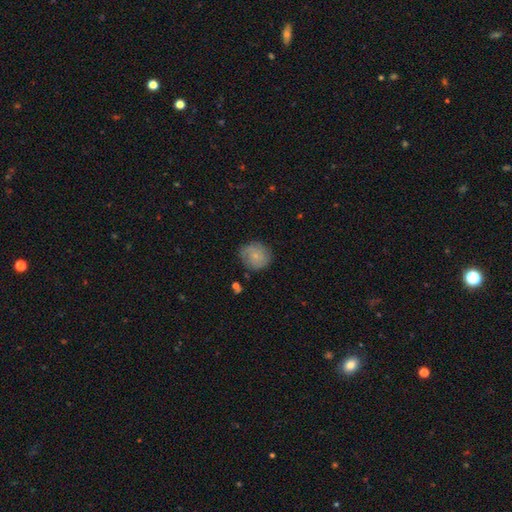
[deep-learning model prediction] Smooth or featured?
  - smooth: 60% *
  - featured or disk: 32%
  - star or artifact: 8%
How rounded?
  - round: 84% *
  - in between: 15%
  - cigar-shaped: 1%
Merging?
  - none: 76% *
  - minor disturbance: 17%
  - major disturbance: 5%
  - merger: 1%